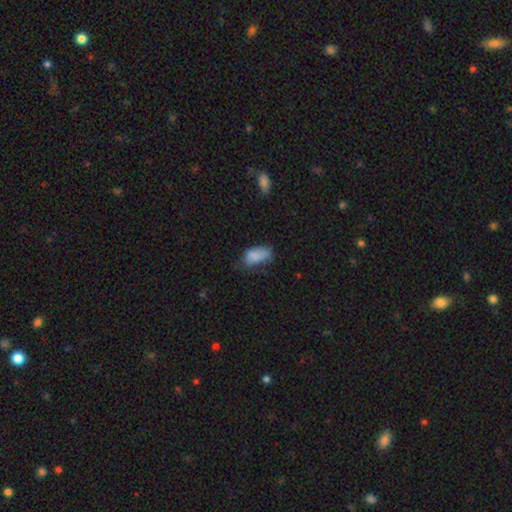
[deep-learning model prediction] The model was most divided on "merging": none: 45%, minor disturbance: 37%, major disturbance: 15%, merger: 3%. More confident: how rounded — in between (93%); smooth or featured — smooth (83%).